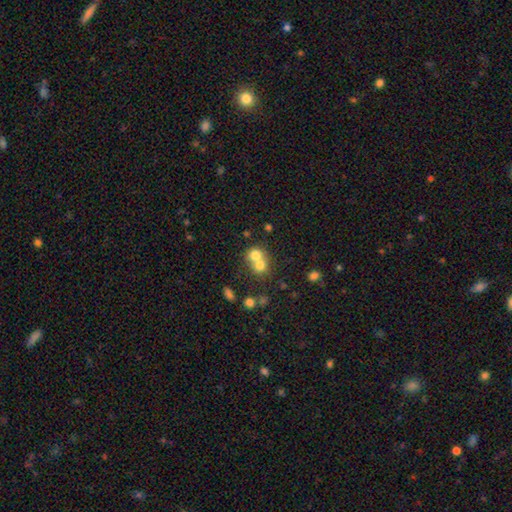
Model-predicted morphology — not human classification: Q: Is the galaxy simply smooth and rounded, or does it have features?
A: smooth — 72%.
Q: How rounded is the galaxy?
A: round — 77%.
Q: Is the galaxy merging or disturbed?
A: merger — 62%.